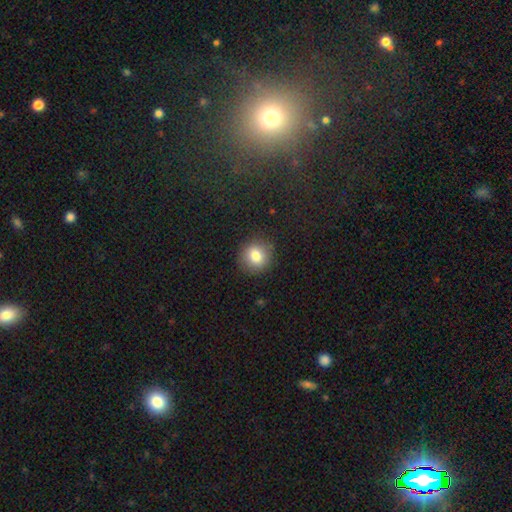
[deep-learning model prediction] Smooth or featured? smooth (81%)
How rounded? round (88%)
Merging? none (87%)